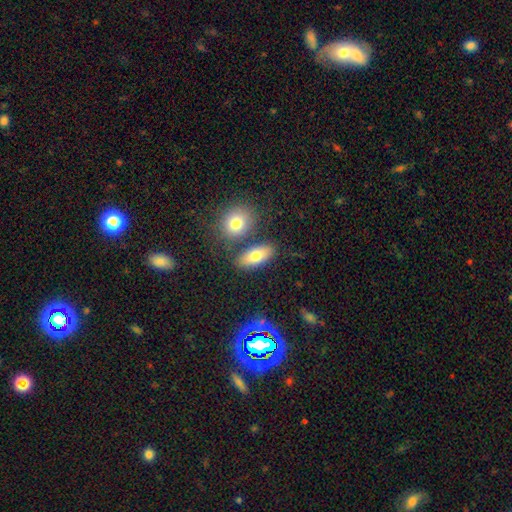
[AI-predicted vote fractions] Smooth or featured?
  - smooth: 73% *
  - featured or disk: 17%
  - star or artifact: 10%
How rounded?
  - in between: 83% *
  - cigar-shaped: 9%
  - round: 8%
Merging?
  - none: 75% *
  - merger: 12%
  - minor disturbance: 10%
  - major disturbance: 3%